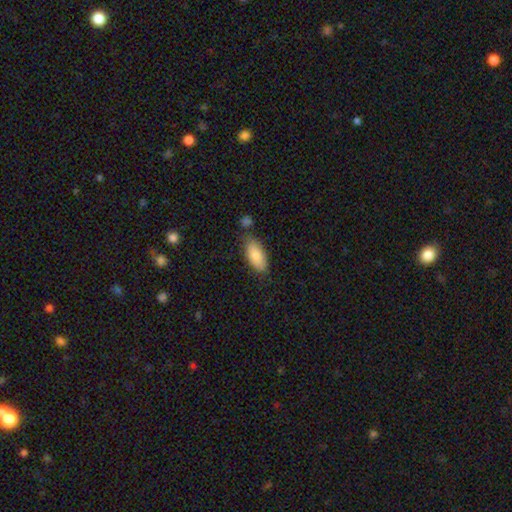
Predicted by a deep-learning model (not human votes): Smooth or featured?
  - smooth: 83% *
  - featured or disk: 11%
  - star or artifact: 6%
How rounded?
  - in between: 89% *
  - cigar-shaped: 8%
  - round: 2%
Merging?
  - none: 72% *
  - minor disturbance: 18%
  - merger: 7%
  - major disturbance: 4%